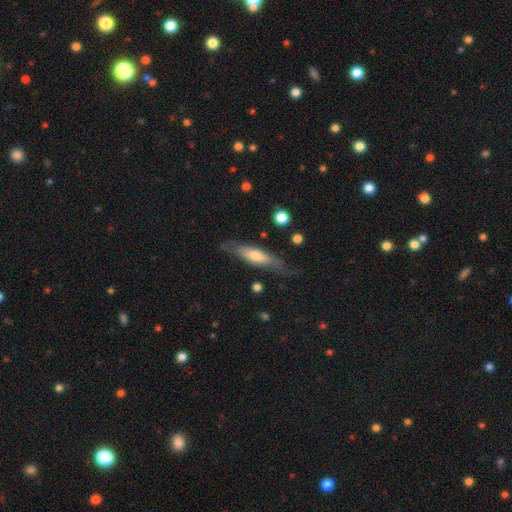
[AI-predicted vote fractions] The model was most divided on "smooth or featured": featured or disk: 51%, smooth: 43%, star or artifact: 6%. More confident: merging — none (71%); edge-on disk — yes (65%).